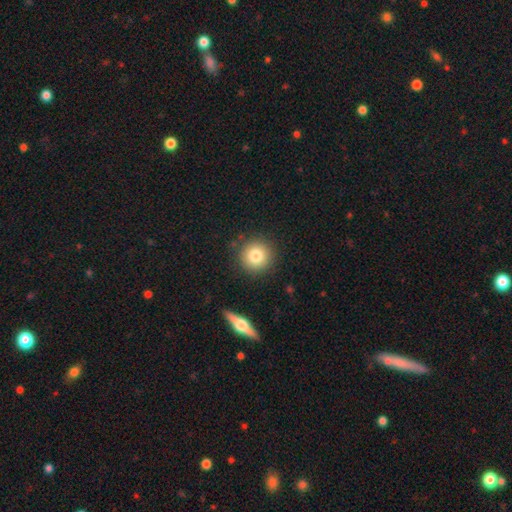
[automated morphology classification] A smooth galaxy with no disk features (80%) that is round (94%). Merging: none (88%).